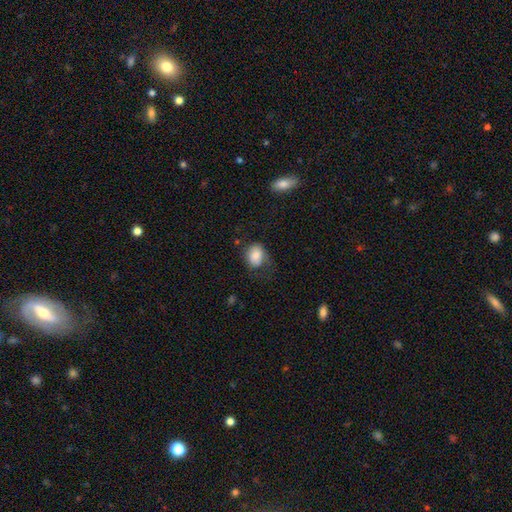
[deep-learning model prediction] Smooth or featured? smooth (82%)
How rounded? in between (54%)
Merging? none (54%)